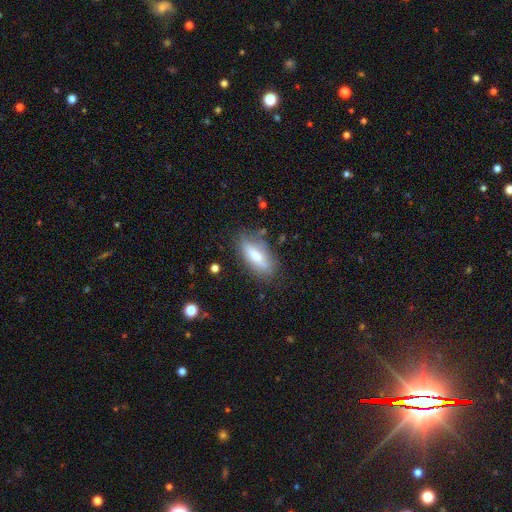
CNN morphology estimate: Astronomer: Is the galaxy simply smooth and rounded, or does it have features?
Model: smooth — 62%.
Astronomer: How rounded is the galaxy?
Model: in between — 69%.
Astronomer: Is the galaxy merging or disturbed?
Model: none — 73%.